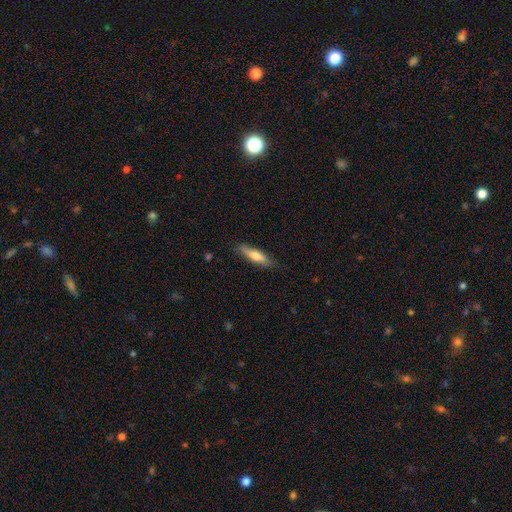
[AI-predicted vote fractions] Overall: smooth (63%; featured or disk 31%). How rounded: cigar-shaped (71%). Merging: none (82%).